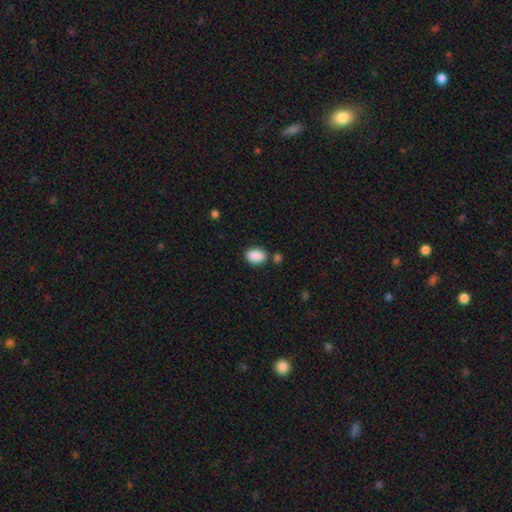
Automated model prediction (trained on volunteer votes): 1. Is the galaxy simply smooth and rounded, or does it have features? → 89% smooth, 8% star or artifact, 3% featured or disk.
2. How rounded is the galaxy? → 82% in between, 17% round, 1% cigar-shaped.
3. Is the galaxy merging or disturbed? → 76% none, 12% minor disturbance, 8% merger, 3% major disturbance.